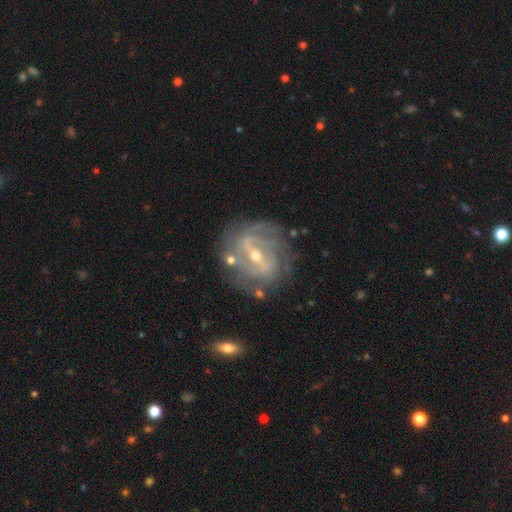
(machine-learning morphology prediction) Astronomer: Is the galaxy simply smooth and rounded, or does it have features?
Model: featured or disk — 90%.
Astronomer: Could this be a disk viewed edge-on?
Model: no — 95%.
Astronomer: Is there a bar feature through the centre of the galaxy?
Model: strong — 58%.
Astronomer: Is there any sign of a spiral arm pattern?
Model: yes — 94%.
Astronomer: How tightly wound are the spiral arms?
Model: tight — 60%.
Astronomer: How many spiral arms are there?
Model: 2 — 39% (runner-up: can't tell, 23%).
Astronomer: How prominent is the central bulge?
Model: small — 51% (runner-up: moderate, 46%).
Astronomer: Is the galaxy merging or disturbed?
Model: none — 74%.